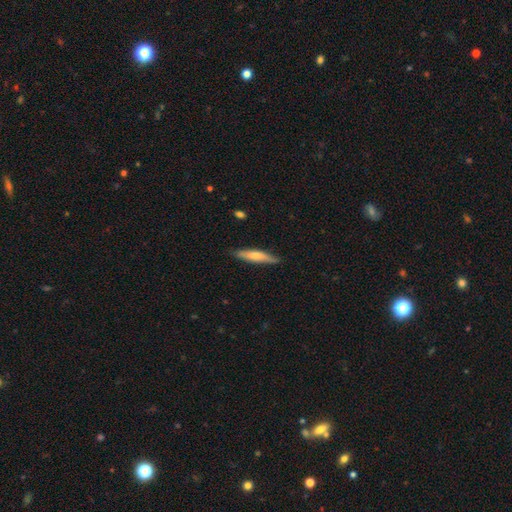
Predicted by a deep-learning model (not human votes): Smooth or featured? Predicted: smooth (p=0.62). How rounded? Predicted: cigar-shaped (p=0.86). Merging? Predicted: none (p=0.83).